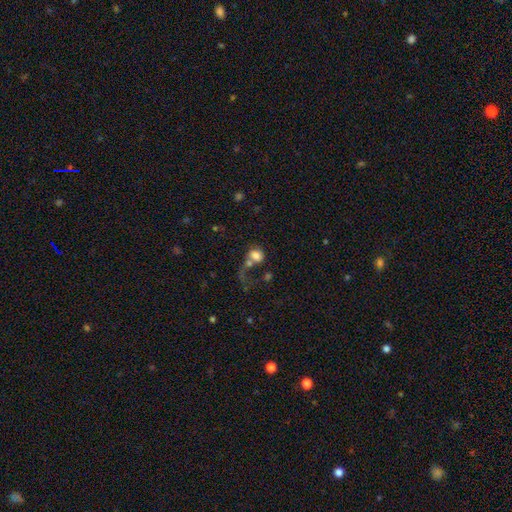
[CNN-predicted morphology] This is likely a smooth galaxy (70%). How rounded: possibly round (52%). Merging: marginally merger (39%).